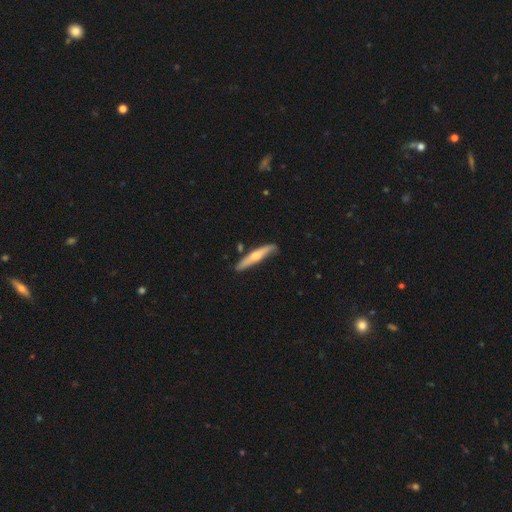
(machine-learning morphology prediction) Smooth or featured: featured or disk — 50% (smooth — 45%)
Merging: none — 75% (minor disturbance — 17%)